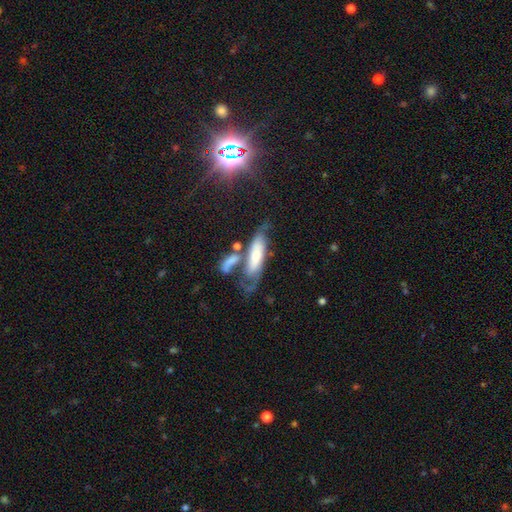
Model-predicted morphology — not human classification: The model was most divided on "merging": none: 30%, merger: 29%, major disturbance: 22%, minor disturbance: 18%. Remaining: smooth or featured — featured or disk (47%).